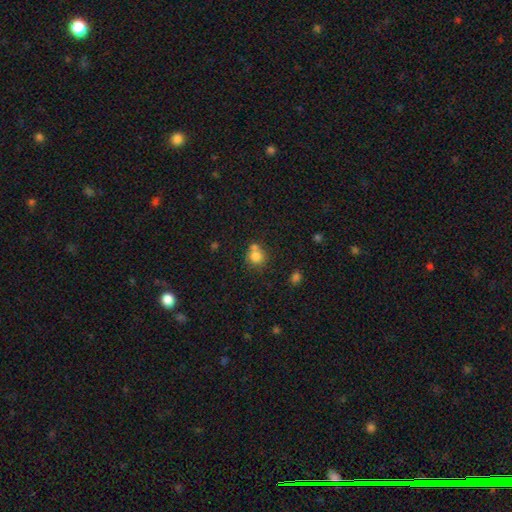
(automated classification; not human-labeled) Smooth or featured: smooth — 79% (star or artifact — 12%)
How rounded: round — 81% (in between — 18%)
Merging: none — 49% (merger — 34%)